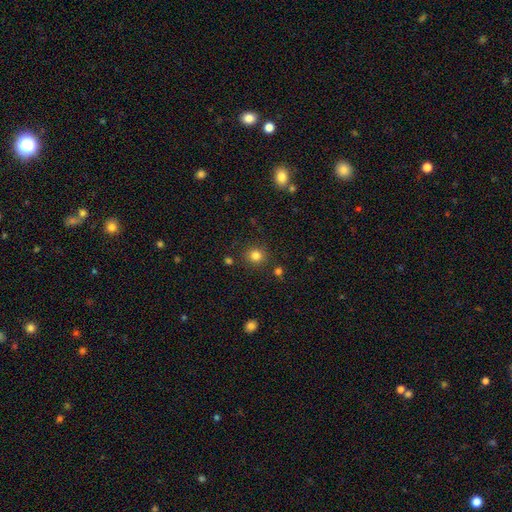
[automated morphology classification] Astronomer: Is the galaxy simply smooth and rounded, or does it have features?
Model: smooth — 82%.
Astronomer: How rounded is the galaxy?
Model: round — 90%.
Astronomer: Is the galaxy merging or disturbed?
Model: none — 86%.